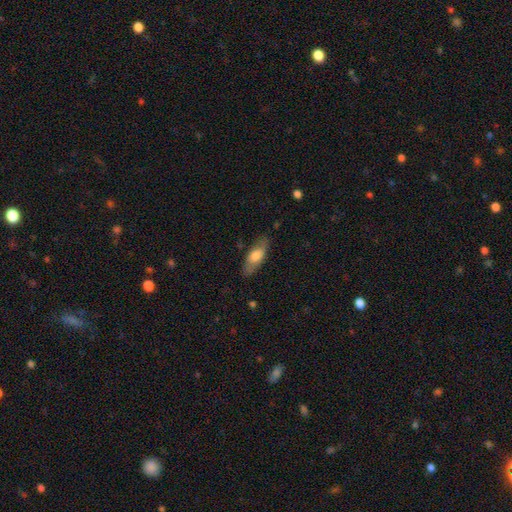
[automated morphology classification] type=smooth (65%); roundness=in between (70%); merging=none (80%).